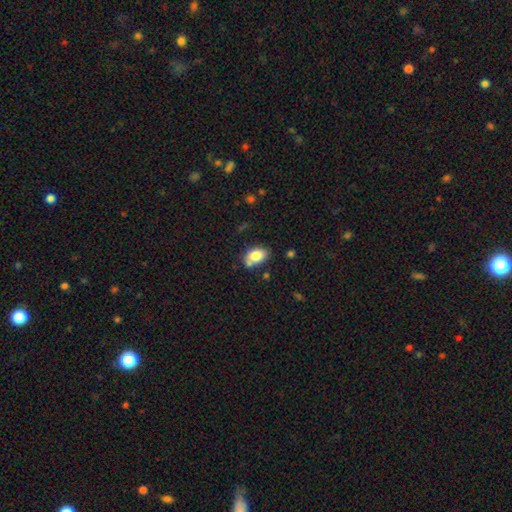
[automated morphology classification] The model was most divided on "merging": none: 65%, minor disturbance: 19%, merger: 11%, major disturbance: 4%. More confident: how rounded — in between (85%); smooth or featured — smooth (80%).